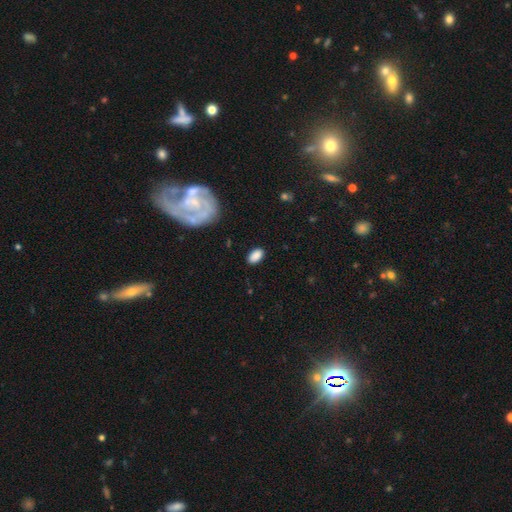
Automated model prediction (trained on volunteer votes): Smooth or featured?
  - smooth: 86% *
  - star or artifact: 8%
  - featured or disk: 6%
How rounded?
  - in between: 92% *
  - round: 6%
  - cigar-shaped: 2%
Merging?
  - none: 84% *
  - minor disturbance: 11%
  - major disturbance: 3%
  - merger: 1%